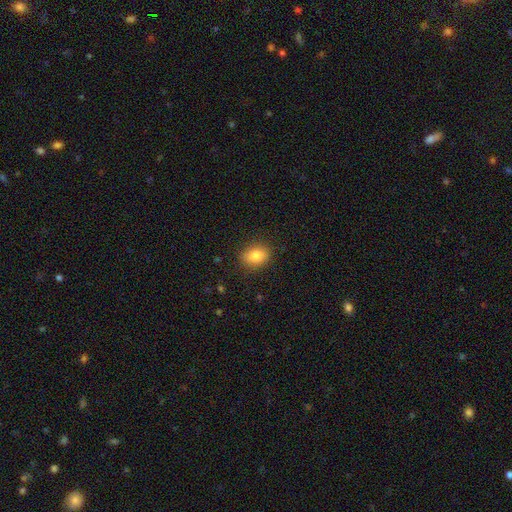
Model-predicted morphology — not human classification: The model was most divided on "how rounded": in between: 67%, round: 31%, cigar-shaped: 1%. More confident: merging — none (86%); smooth or featured — smooth (83%).